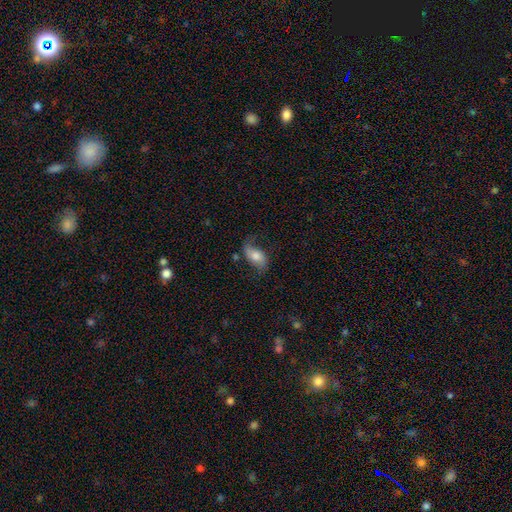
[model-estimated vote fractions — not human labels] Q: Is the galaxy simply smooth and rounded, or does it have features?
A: smooth — 52%.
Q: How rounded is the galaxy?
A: in between — 90%.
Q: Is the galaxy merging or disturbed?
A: none — 60%.